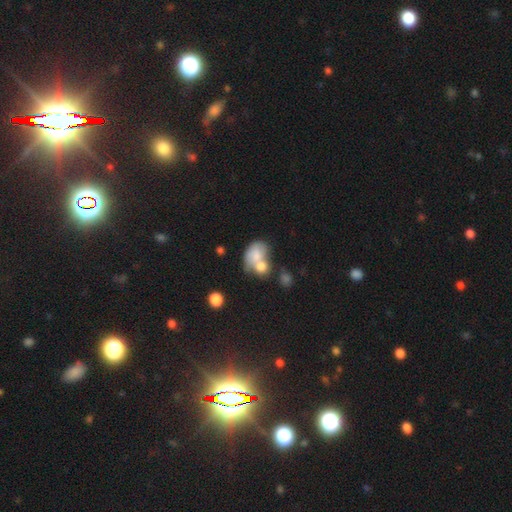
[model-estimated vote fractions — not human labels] A smooth galaxy with no disk features (67%) that is in between round and cigar-shaped (70%). Merging: merger (60%).